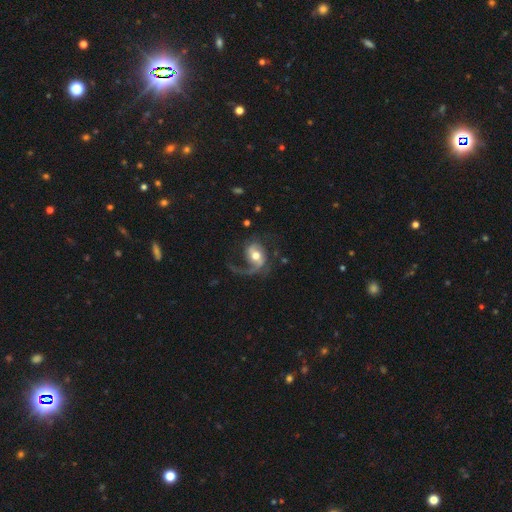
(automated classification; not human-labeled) Morphology: type=featured or disk (78%); edge-on=no (97%); bar=no (44%); spiral arms=yes (93%); winding=loose (53%); arm count=1 (51%); bulge=moderate (69%); merging=none (46%).